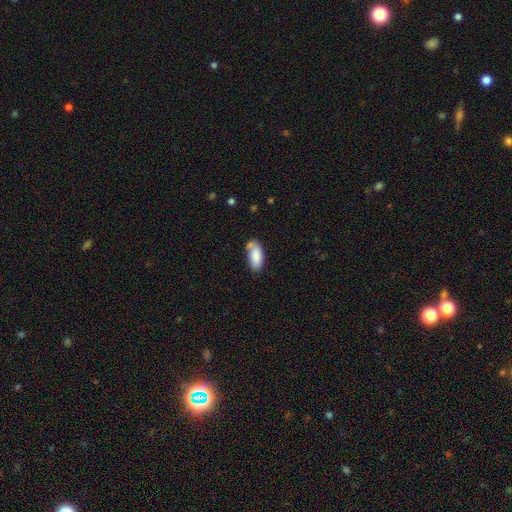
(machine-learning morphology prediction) This appears to be a smooth galaxy with no disk features (83%) that is in between round and cigar-shaped (90%). Merging: none (59%).